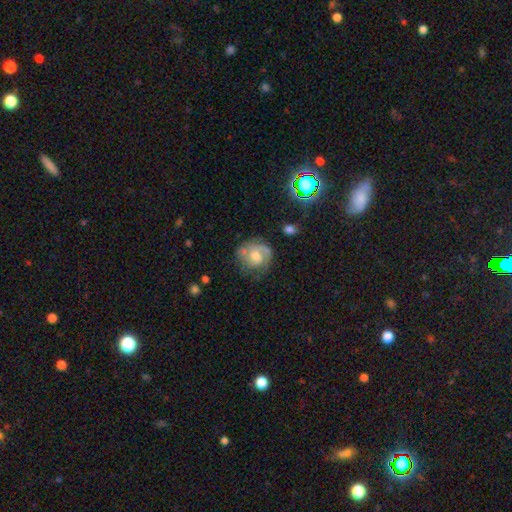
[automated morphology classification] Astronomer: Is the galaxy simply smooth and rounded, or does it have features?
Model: featured or disk — 66%.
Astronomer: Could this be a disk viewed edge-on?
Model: no — 98%.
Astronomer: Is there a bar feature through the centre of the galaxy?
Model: no — 64%.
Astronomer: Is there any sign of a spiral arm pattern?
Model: yes — 85%.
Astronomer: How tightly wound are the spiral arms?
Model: tight — 46% (runner-up: medium, 38%).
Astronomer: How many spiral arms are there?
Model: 2 — 41% (runner-up: 1, 29%).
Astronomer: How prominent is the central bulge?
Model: moderate — 57%.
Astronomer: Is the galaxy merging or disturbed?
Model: none — 62%.